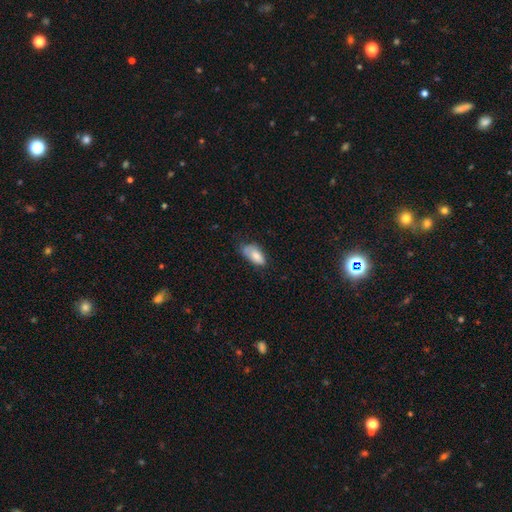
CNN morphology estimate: Overall: smooth (79%). How rounded: in between (92%). Merging: none (43%; minor disturbance 39%).